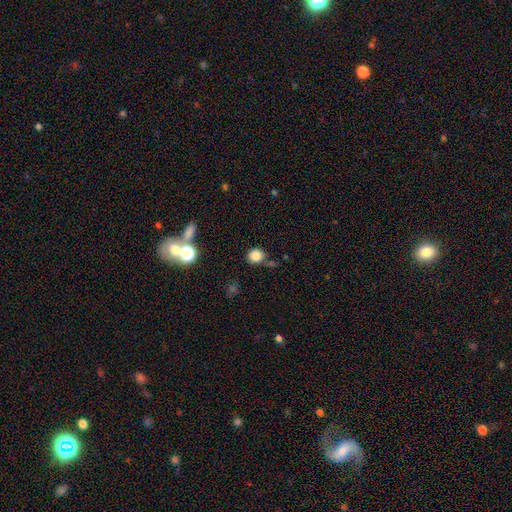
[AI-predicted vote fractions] smooth-or-featured: smooth: 83% | star or artifact: 12% | featured or disk: 5%
  how-rounded: round: 88% | in between: 11% | cigar-shaped: 1%
  merging: none: 71% | minor disturbance: 15% | merger: 9% | major disturbance: 5%